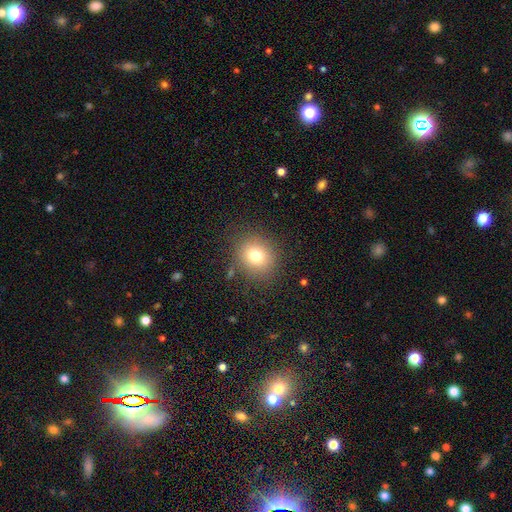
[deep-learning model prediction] A smooth galaxy with no disk features (76%) that is round (80%).

Vote fractions:
- Smooth or featured? smooth: 76% / star or artifact: 14% / featured or disk: 10%
- How rounded? round: 80% / in between: 19% / cigar-shaped: 1%
- Merging? none: 84% / minor disturbance: 10% / major disturbance: 4% / merger: 2%